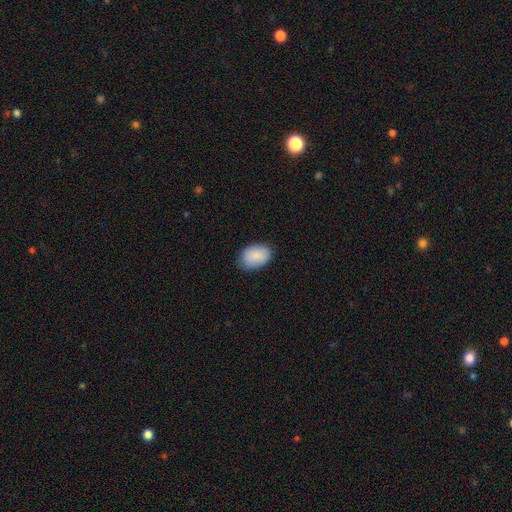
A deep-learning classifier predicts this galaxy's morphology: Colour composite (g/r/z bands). It shows a smooth galaxy with no disk features (89%) that is in between round and cigar-shaped (87%). Merging: none (78%).